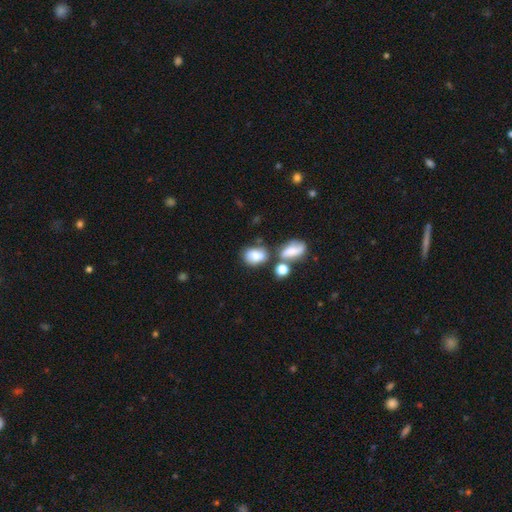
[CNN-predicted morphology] A smooth galaxy with no disk features (75%) that is in between round and cigar-shaped (72%). Merging: none (47%).